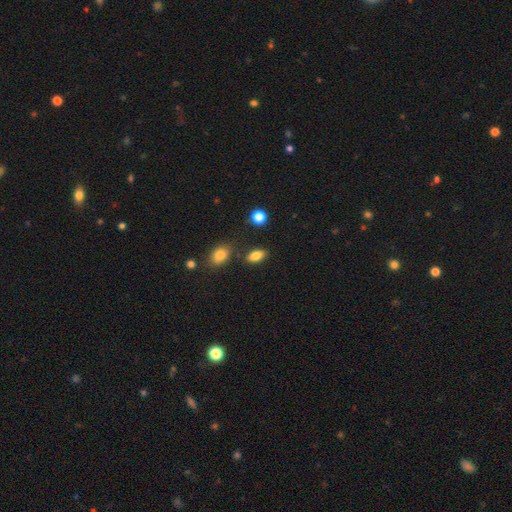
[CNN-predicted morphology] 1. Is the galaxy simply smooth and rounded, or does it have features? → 84% smooth, 9% star or artifact, 6% featured or disk.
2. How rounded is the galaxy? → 88% in between, 8% round, 4% cigar-shaped.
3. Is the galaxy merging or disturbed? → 81% none, 11% minor disturbance, 5% merger, 3% major disturbance.